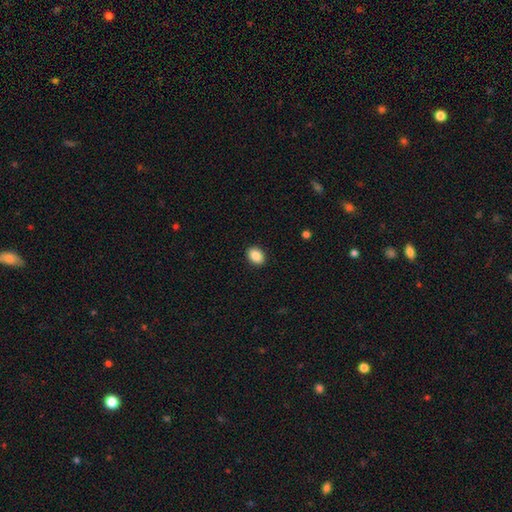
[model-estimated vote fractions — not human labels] smooth 88%, star or artifact 8%, featured or disk 4%. Down the decision tree: how rounded — in between (70%); merging — none (91%).